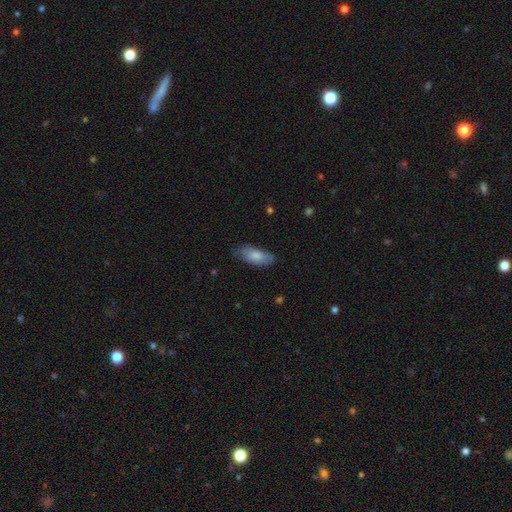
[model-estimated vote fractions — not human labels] This is likely a smooth galaxy (77%). How rounded: clearly in between (86%). Merging: likely none (67%).